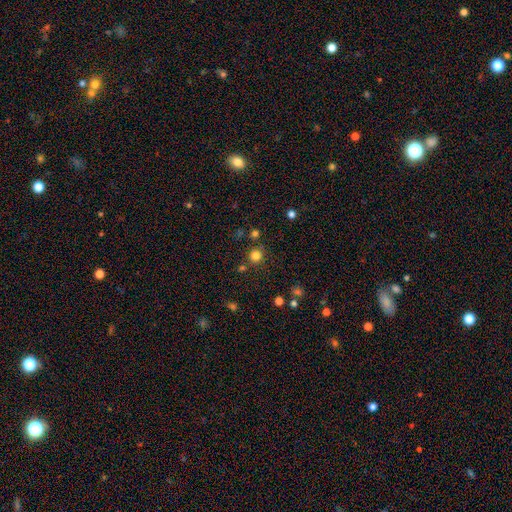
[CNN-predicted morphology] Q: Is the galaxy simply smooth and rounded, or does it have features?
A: smooth — 79%.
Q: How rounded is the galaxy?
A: round — 93%.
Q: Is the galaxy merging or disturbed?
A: none — 83%.